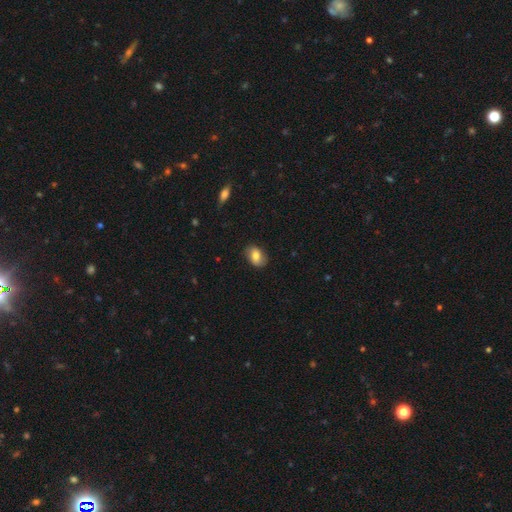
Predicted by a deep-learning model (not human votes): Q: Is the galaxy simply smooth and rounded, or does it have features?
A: smooth — 73%.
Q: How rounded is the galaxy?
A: in between — 80%.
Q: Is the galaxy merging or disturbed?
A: none — 81%.